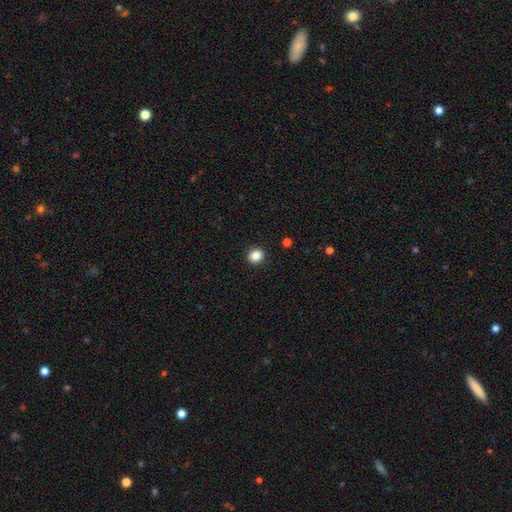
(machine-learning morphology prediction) The model was most divided on "how rounded": round: 79%, in between: 20%, cigar-shaped: 1%. More confident: merging — none (92%); smooth or featured — smooth (86%).